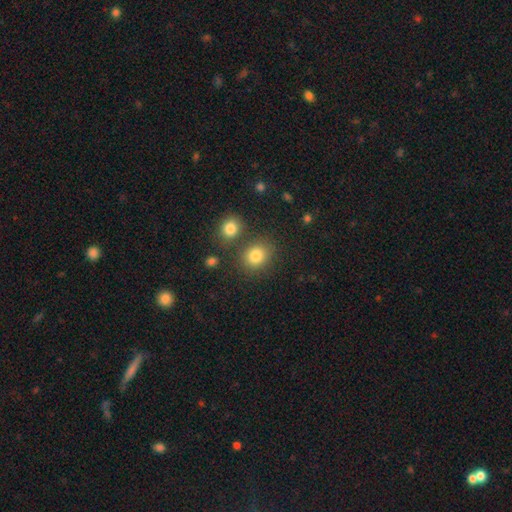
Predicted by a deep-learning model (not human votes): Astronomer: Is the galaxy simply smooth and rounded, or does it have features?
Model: smooth — 82%.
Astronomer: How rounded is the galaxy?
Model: round — 67%.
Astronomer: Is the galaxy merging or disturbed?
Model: none — 73%.